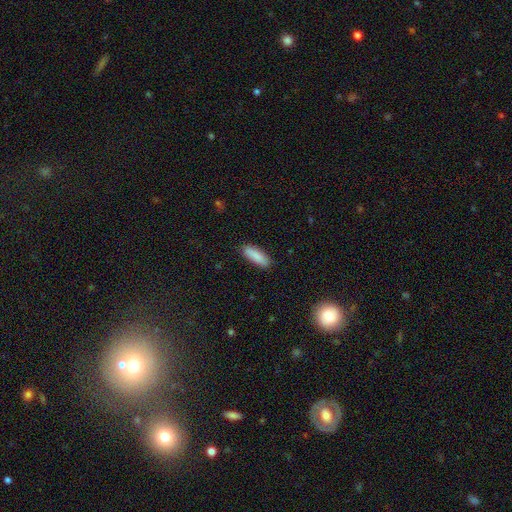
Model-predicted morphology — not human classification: smooth 89%, star or artifact 6%, featured or disk 5%. Down the decision tree: how rounded — in between (51%); merging — none (88%).